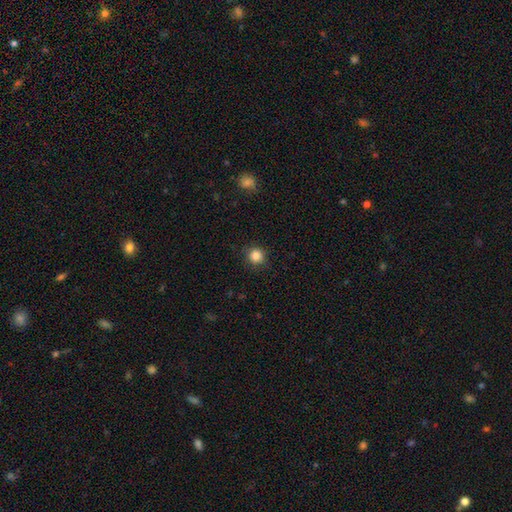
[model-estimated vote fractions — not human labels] A smooth galaxy with no disk features (85%) that is round (91%).

Vote fractions:
- Smooth or featured? smooth: 85% / star or artifact: 11% / featured or disk: 4%
- How rounded? round: 91% / in between: 8% / cigar-shaped: 1%
- Merging? none: 88% / minor disturbance: 9% / major disturbance: 3% / merger: 1%